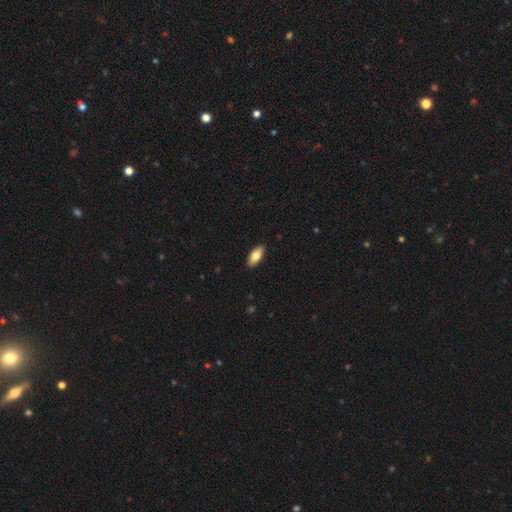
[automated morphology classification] Smooth or featured? Predicted: smooth (p=0.79). How rounded? Predicted: in between (p=0.89). Merging? Predicted: none (p=0.90).